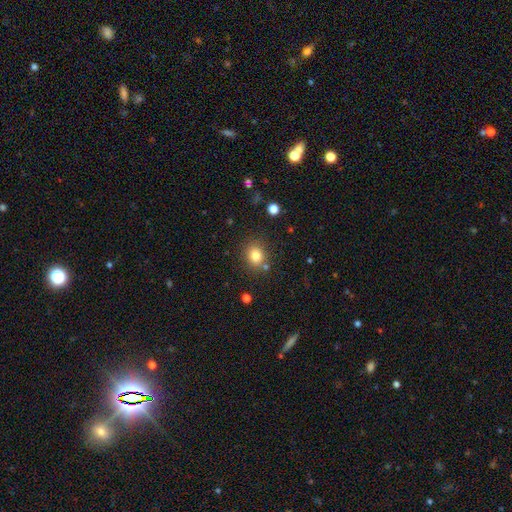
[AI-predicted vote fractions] Smooth or featured? smooth (81%)
How rounded? round (68%)
Merging? none (79%)